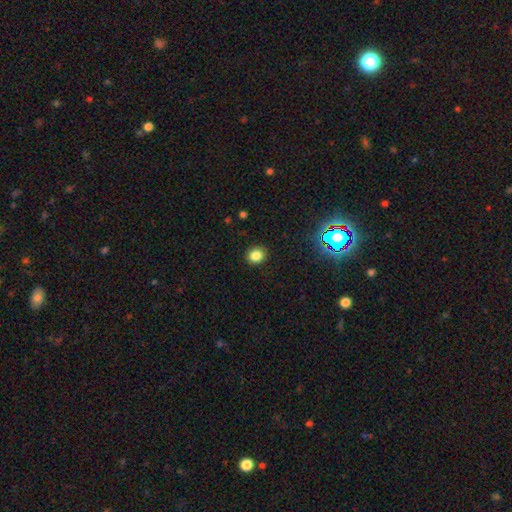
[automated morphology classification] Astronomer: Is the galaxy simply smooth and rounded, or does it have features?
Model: smooth — 82%.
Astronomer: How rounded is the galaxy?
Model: round — 75%.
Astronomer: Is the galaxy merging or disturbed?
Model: none — 90%.